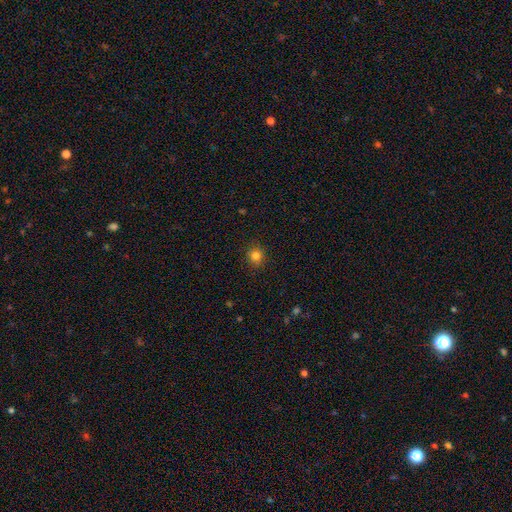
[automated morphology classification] Smooth or featured? Predicted: smooth (p=0.82). How rounded? Predicted: round (p=0.86). Merging? Predicted: none (p=0.89).